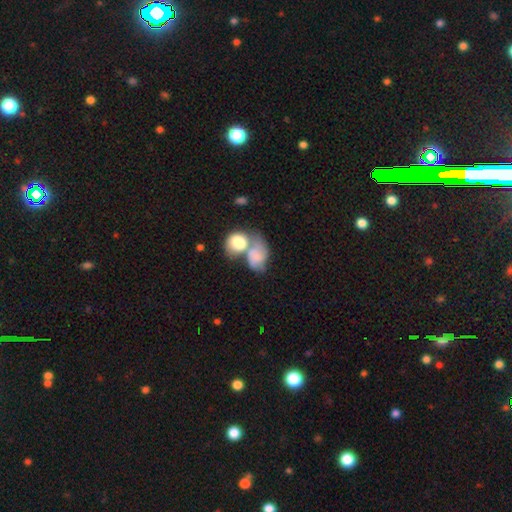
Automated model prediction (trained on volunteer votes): Smooth or featured? smooth (66%)
How rounded? in between (66%)
Merging? merger (65%)